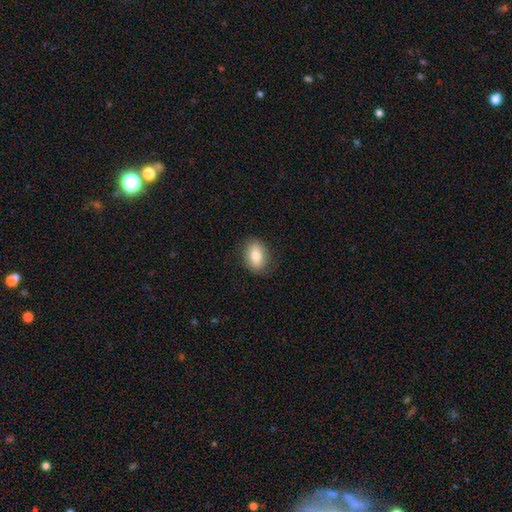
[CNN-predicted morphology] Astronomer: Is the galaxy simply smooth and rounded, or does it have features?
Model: smooth — 80%.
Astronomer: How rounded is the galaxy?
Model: in between — 79%.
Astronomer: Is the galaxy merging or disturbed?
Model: none — 84%.